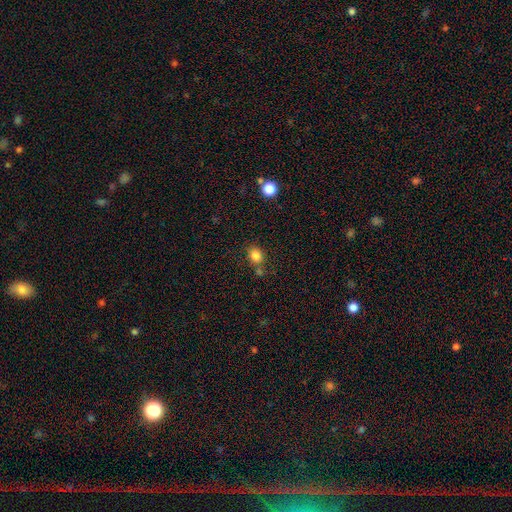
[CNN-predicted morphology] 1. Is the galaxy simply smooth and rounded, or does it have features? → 83% smooth, 11% star or artifact, 5% featured or disk.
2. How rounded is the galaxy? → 54% round, 45% in between, 1% cigar-shaped.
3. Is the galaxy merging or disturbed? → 68% none, 14% merger, 13% minor disturbance, 4% major disturbance.